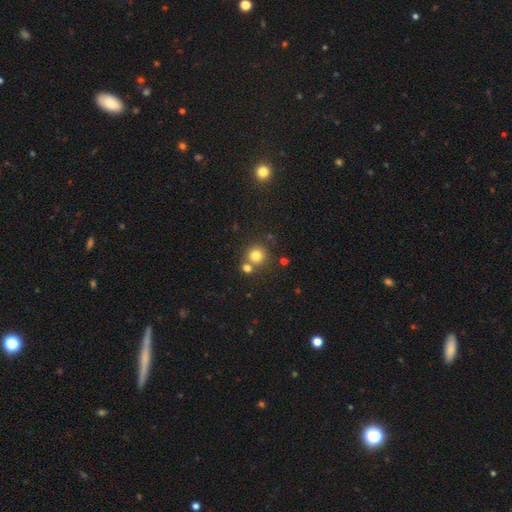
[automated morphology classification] smooth-or-featured: smooth: 78% | star or artifact: 13% | featured or disk: 9%
  how-rounded: round: 91% | in between: 8% | cigar-shaped: 1%
  merging: none: 65% | merger: 24% | minor disturbance: 8% | major disturbance: 3%